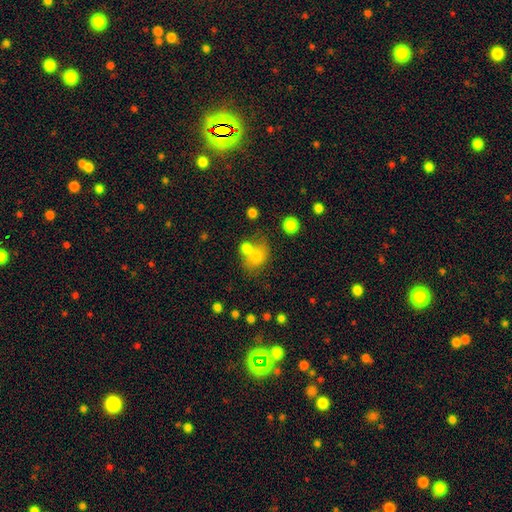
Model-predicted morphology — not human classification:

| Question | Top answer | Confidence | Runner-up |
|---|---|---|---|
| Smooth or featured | smooth | 75% | featured or disk (13%) |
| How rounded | round | 55% | in between (44%) |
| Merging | none | 46% | merger (35%) |